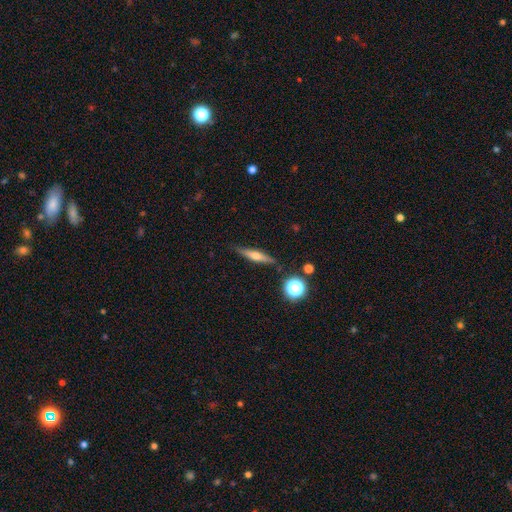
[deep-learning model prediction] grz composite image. It shows a featured or disk galaxy (55%) viewed edge-on (95%) with a rounded central bulge (88%). Merging: none (86%).